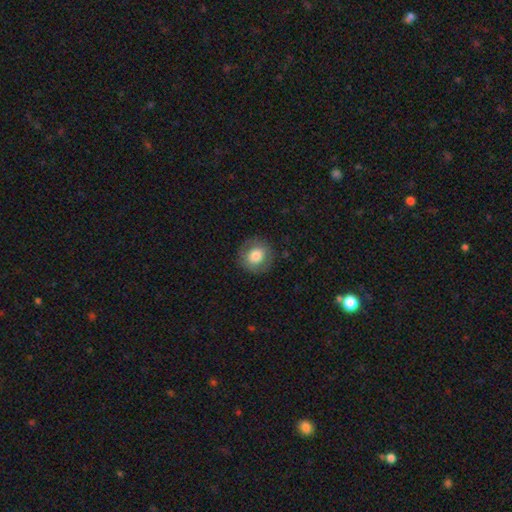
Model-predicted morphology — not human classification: A smooth galaxy with no disk features (76%) that is round (88%). Merging: none (86%).